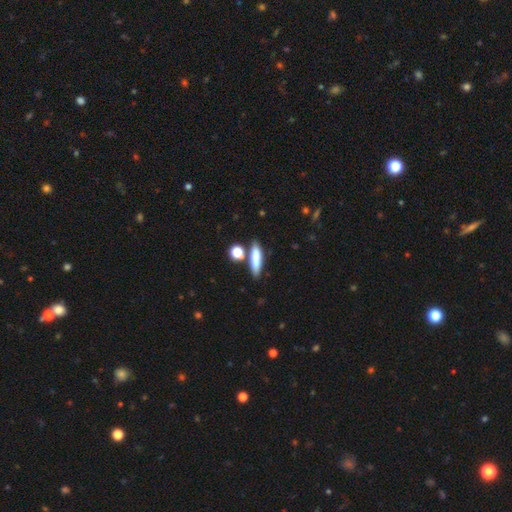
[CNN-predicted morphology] Overall: smooth (77%). How rounded: cigar-shaped (63%; in between 30%). Merging: none (69%).